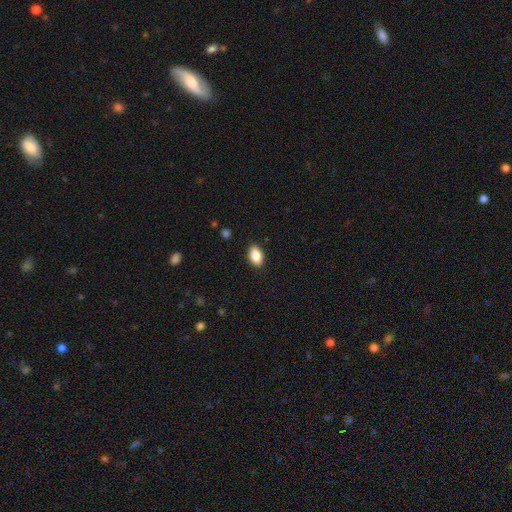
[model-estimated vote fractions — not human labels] Smooth or featured: smooth — 86% (star or artifact — 7%)
How rounded: in between — 91% (round — 7%)
Merging: none — 88% (minor disturbance — 9%)